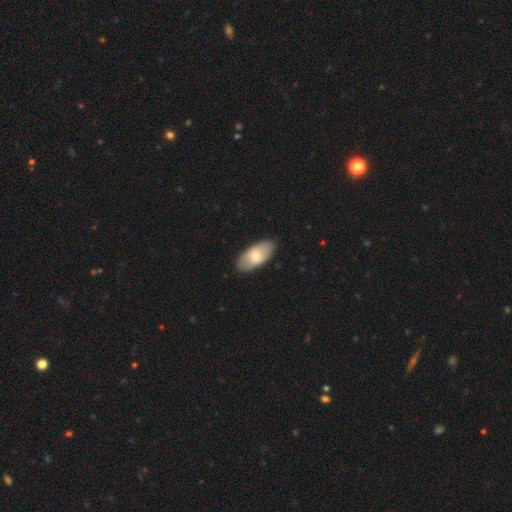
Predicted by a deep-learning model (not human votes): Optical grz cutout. It shows a smooth galaxy with no disk features (68%) that is in between round and cigar-shaped (93%). Merging: none (87%).